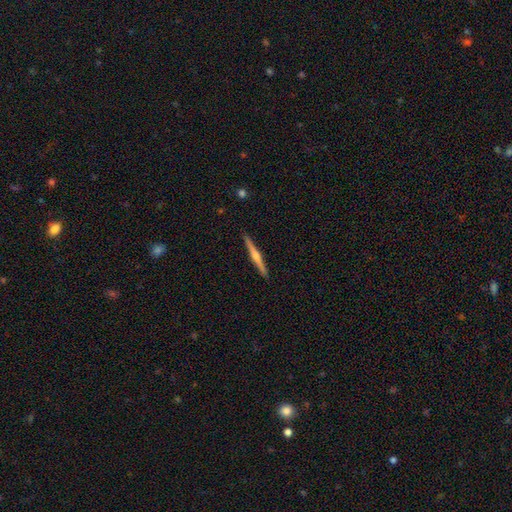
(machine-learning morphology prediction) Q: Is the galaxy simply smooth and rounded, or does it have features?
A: featured or disk — 75%.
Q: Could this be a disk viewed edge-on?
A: yes — 98%.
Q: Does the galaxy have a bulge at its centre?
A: rounded — 87%.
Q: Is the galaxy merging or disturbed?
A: none — 93%.